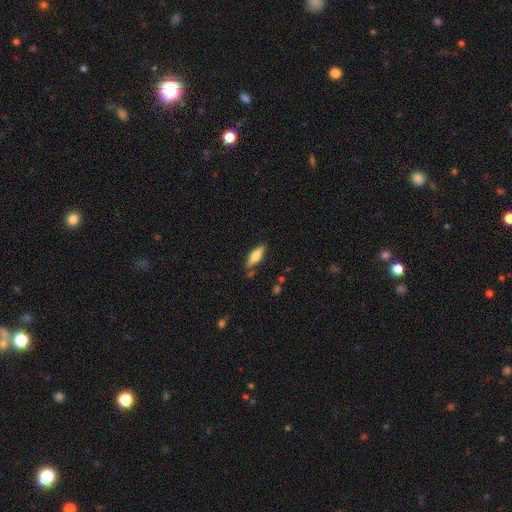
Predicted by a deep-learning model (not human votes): A smooth galaxy with no disk features (64%) that is in between round and cigar-shaped (55%). Merging: none (79%).